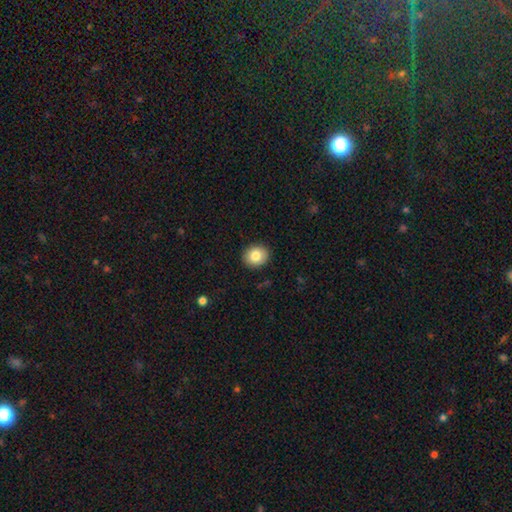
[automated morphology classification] type=smooth (83%); roundness=round (68%); merging=none (91%).